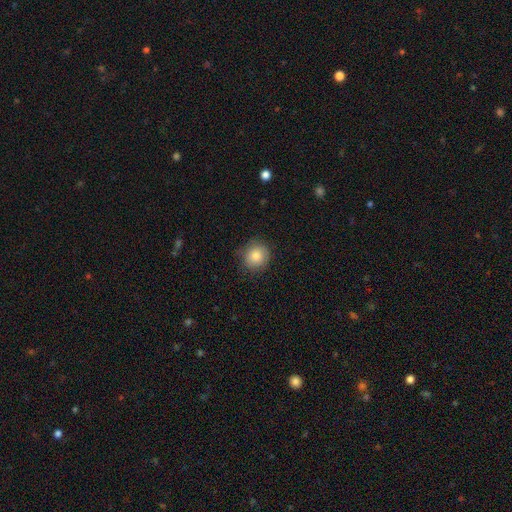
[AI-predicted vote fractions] Overall: smooth (83%). How rounded: round (84%). Merging: none (79%).